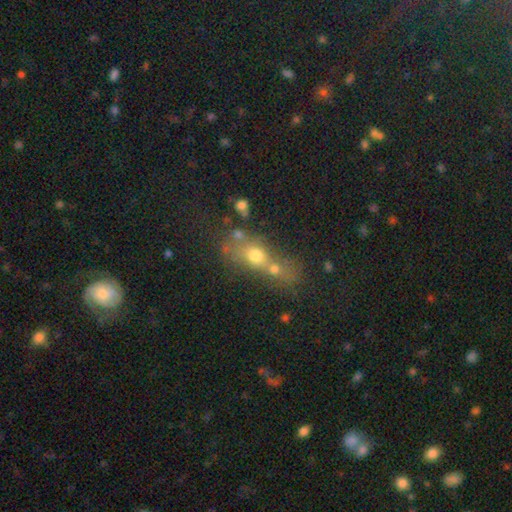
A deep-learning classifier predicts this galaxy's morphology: This appears to be a smooth galaxy with no disk features (57%) that is in between round and cigar-shaped (46%). Merging: merger (57%).